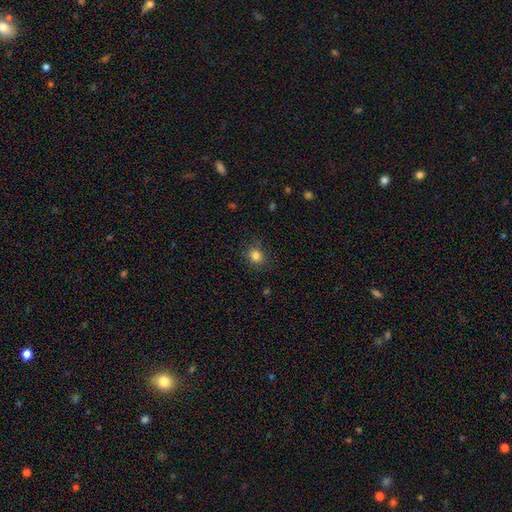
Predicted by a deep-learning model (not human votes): This appears to be a smooth galaxy with no disk features (82%) that is round (81%). Merging: none (87%).